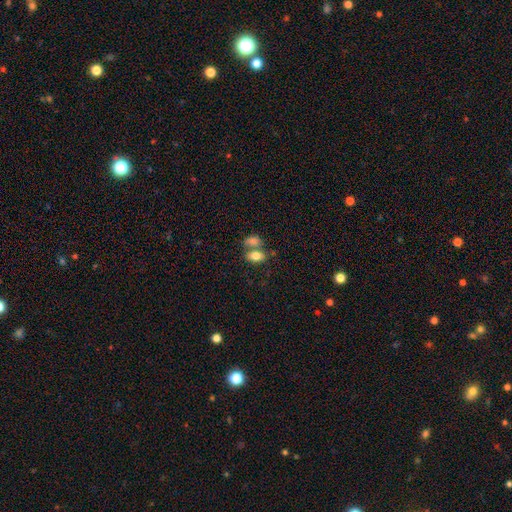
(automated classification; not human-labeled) Overall: smooth (80%). How rounded: in between (88%). Merging: merger (44%; none 42%).